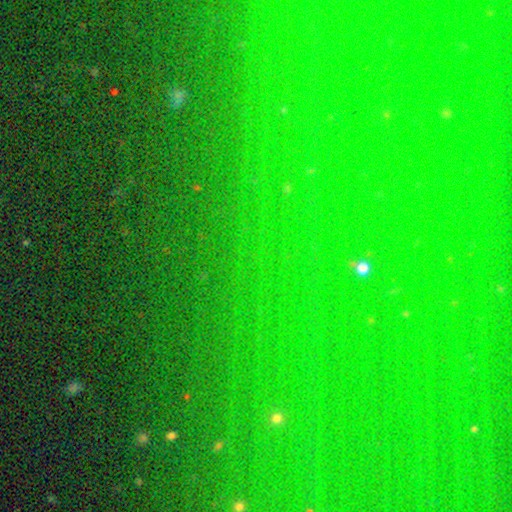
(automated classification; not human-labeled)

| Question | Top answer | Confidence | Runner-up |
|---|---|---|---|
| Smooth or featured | star or artifact | 81% | smooth (12%) |